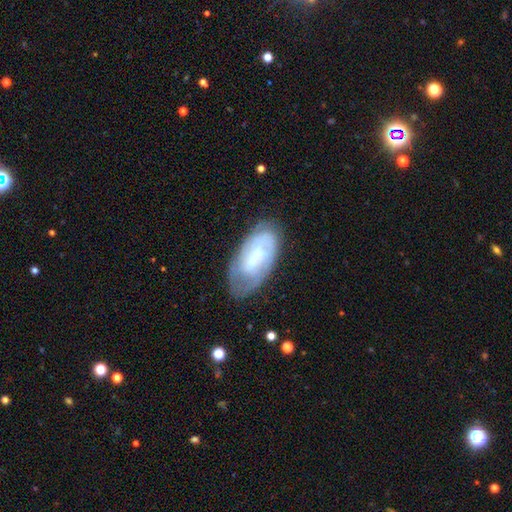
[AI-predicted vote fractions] Overall: featured or disk (62%; smooth 31%). Edge-on disk: no (93%). Bar: weak (46%; no 34%). Spiral arms: yes (73%). Bulge size: small (65%). Merging: none (66%).